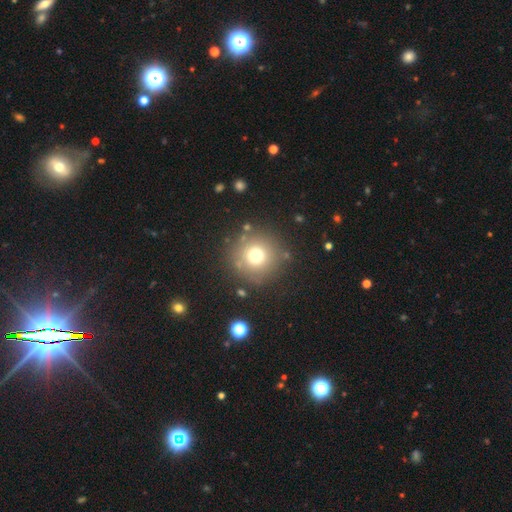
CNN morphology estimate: A smooth galaxy with no disk features (72%) that is round (95%).

Vote fractions:
- Smooth or featured? smooth: 72% / star or artifact: 16% / featured or disk: 12%
- How rounded? round: 95% / in between: 4% / cigar-shaped: 1%
- Merging? none: 84% / minor disturbance: 8% / major disturbance: 4% / merger: 4%